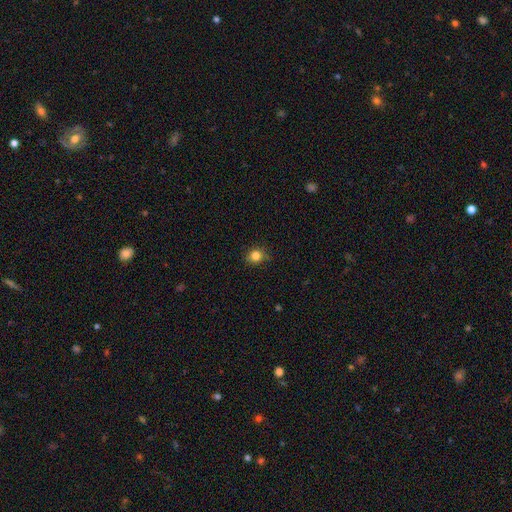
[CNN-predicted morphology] Overall: smooth (82%). How rounded: round (83%). Merging: none (84%).